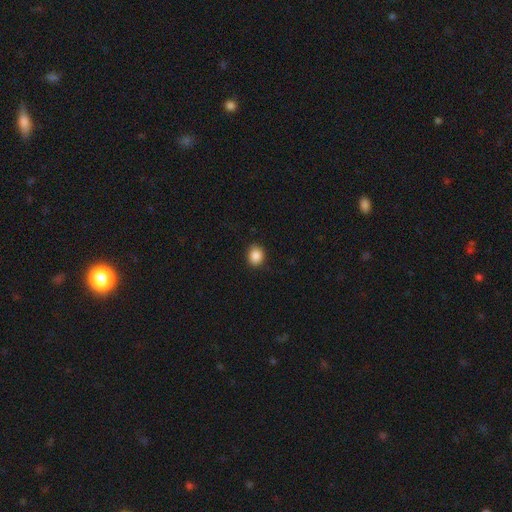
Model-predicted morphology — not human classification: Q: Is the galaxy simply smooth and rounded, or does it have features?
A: smooth — 88%.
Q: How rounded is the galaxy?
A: round — 69%.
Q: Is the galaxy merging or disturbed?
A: none — 84%.